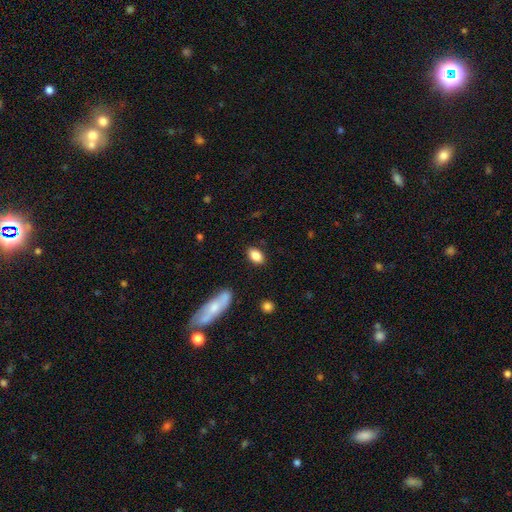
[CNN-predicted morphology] smooth-or-featured: smooth: 86% | star or artifact: 8% | featured or disk: 7%
  how-rounded: in between: 89% | round: 8% | cigar-shaped: 3%
  merging: none: 85% | minor disturbance: 10% | major disturbance: 3% | merger: 2%